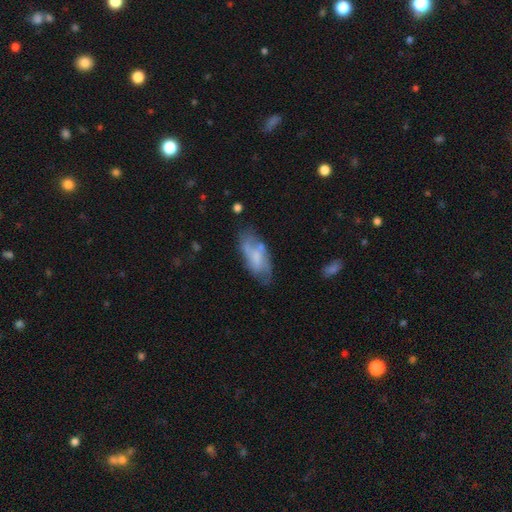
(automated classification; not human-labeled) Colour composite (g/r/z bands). It shows a smooth galaxy with no disk features (50%). Merging: none (54%).